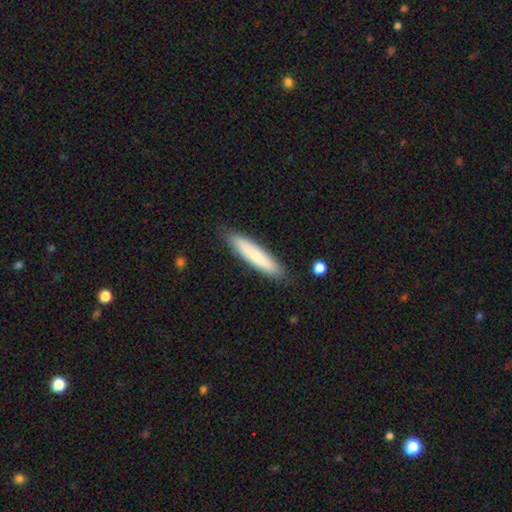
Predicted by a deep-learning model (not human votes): Morphology: type=smooth (74%); roundness=cigar-shaped (86%); merging=none (87%).